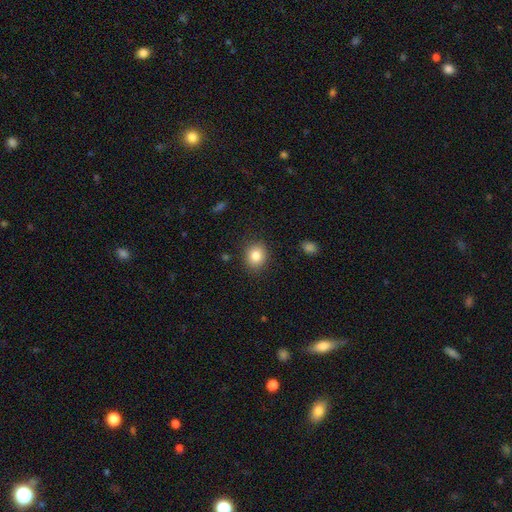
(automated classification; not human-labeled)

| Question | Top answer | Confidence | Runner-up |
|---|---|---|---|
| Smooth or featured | smooth | 83% | star or artifact (10%) |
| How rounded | round | 69% | in between (30%) |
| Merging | none | 87% | minor disturbance (9%) |